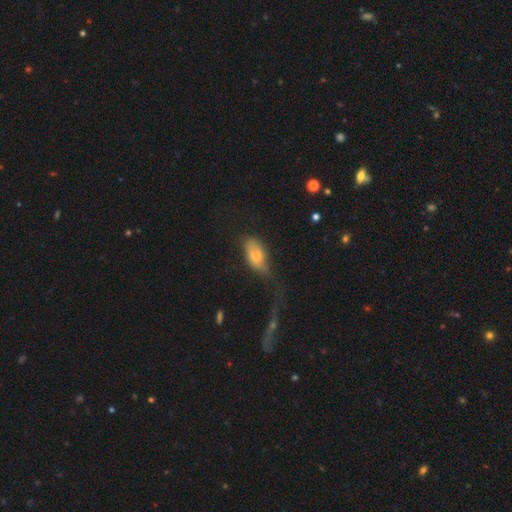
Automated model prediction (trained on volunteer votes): smooth-or-featured: smooth: 69% | featured or disk: 23% | star or artifact: 9%
  how-rounded: in between: 89% | cigar-shaped: 7% | round: 4%
  merging: major disturbance: 37% | none: 30% | minor disturbance: 28% | merger: 5%